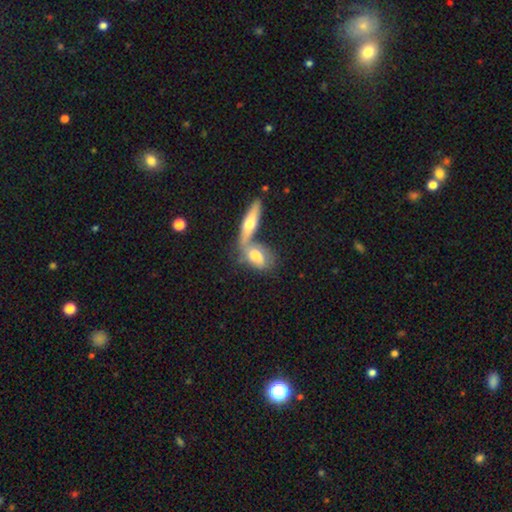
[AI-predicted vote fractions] Smooth or featured? Predicted: smooth (p=0.56). How rounded? Predicted: in between (p=0.75). Merging? Predicted: merger (p=0.56).